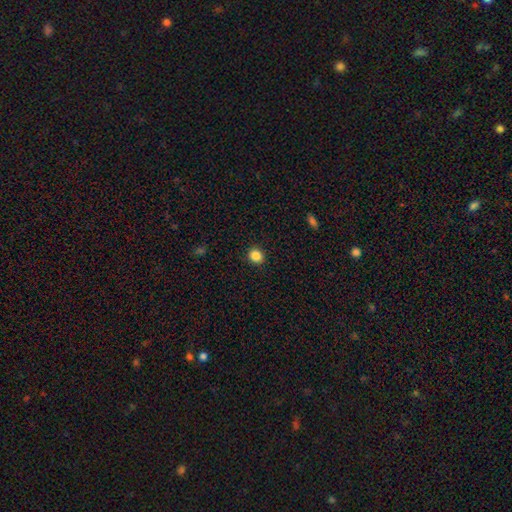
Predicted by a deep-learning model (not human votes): A smooth galaxy with no disk features (86%) that is round (78%). Merging: none (91%).